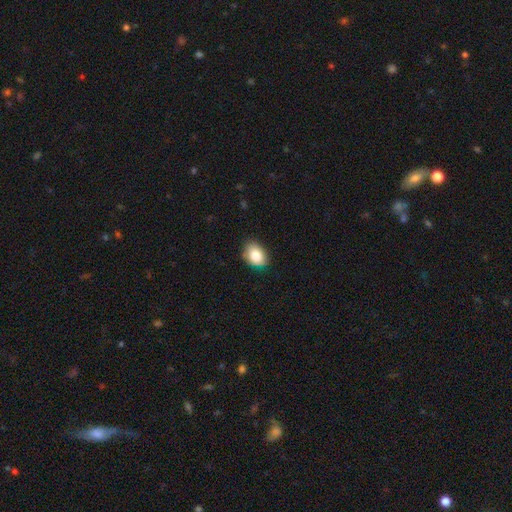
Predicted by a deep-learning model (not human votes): Smooth or featured?
  - smooth: 83% *
  - featured or disk: 9%
  - star or artifact: 8%
How rounded?
  - in between: 74% *
  - round: 25%
  - cigar-shaped: 1%
Merging?
  - none: 75% *
  - minor disturbance: 21%
  - major disturbance: 3%
  - merger: 1%